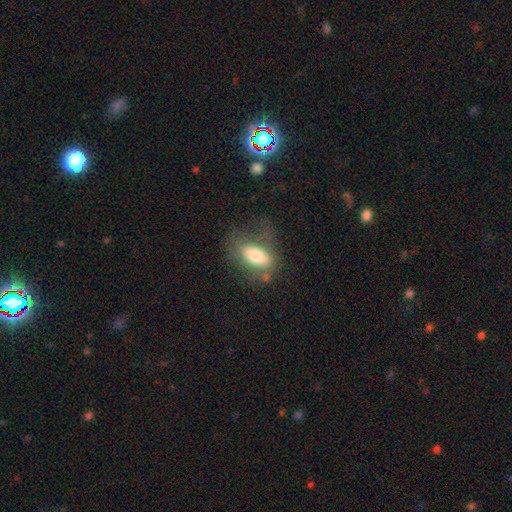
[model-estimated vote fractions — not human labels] smooth-or-featured: smooth: 63% | featured or disk: 29% | star or artifact: 8%
  how-rounded: in between: 86% | cigar-shaped: 8% | round: 6%
  merging: none: 48% | minor disturbance: 25% | major disturbance: 22% | merger: 5%